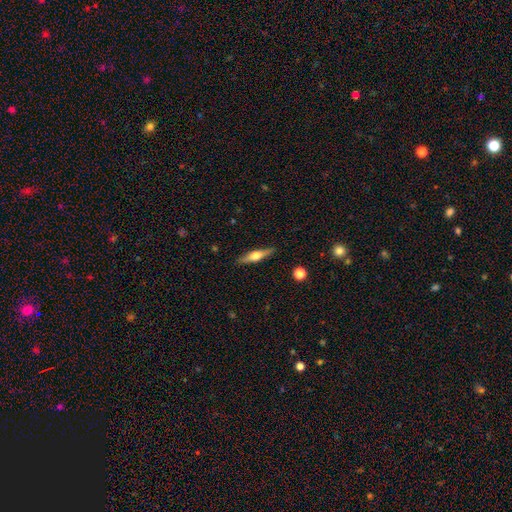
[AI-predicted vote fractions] smooth_or_featured: featured or disk (p=0.56) [alt: smooth p=0.38]
disk_edge_on: yes (p=0.95) [alt: no p=0.05]
edge_on_bulge: rounded (p=0.92) [alt: boxy p=0.05]
merging: none (p=0.89) [alt: minor disturbance p=0.08]